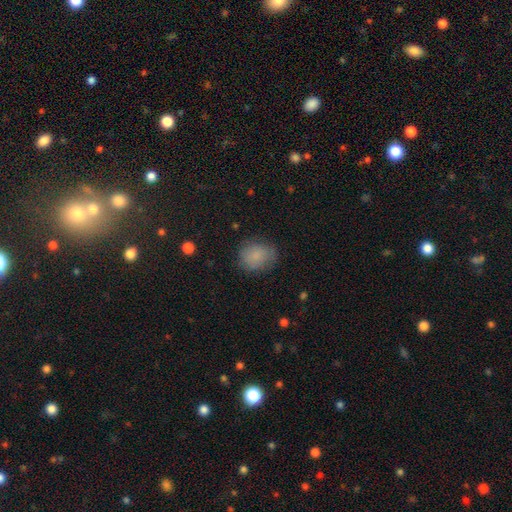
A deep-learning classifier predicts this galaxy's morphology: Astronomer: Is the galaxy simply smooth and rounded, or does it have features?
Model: smooth — 83%.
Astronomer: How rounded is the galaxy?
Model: round — 68%.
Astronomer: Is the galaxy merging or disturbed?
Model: none — 74%.